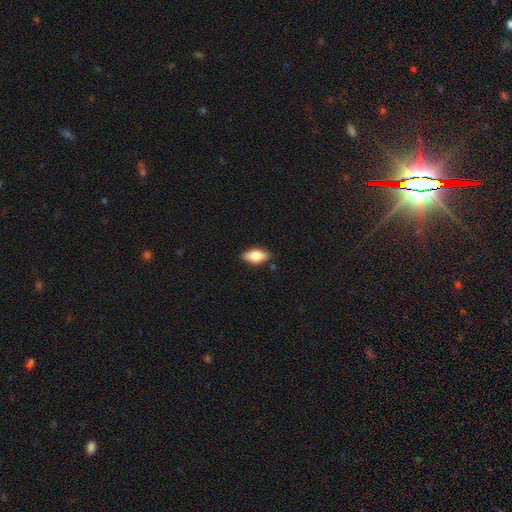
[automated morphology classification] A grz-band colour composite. It shows a smooth galaxy with no disk features (71%) that is in between round and cigar-shaped (87%). Merging: none (84%).